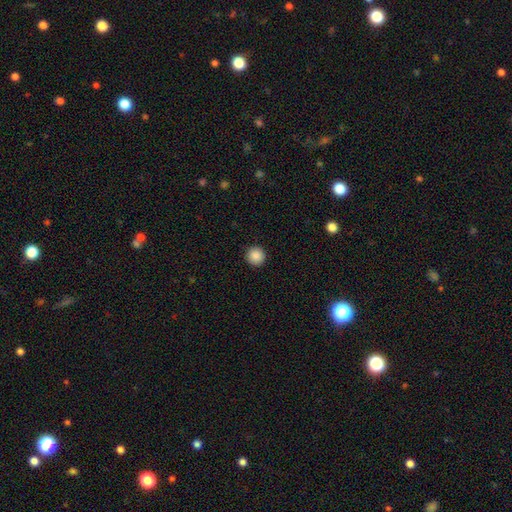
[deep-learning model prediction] The model was most divided on "smooth or featured": smooth: 88%, star or artifact: 9%, featured or disk: 3%. More confident: how rounded — round (95%); merging — none (93%).